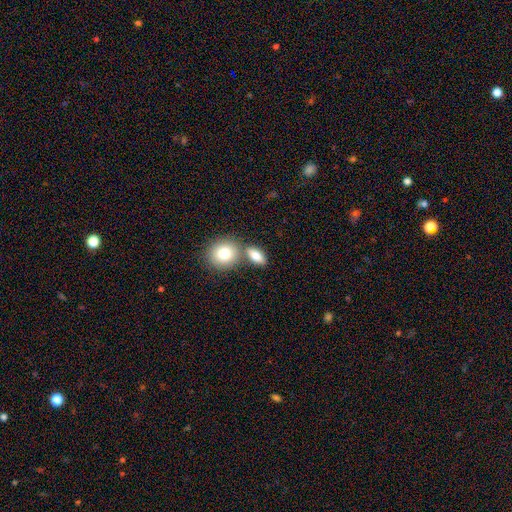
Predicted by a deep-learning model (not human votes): The model was most divided on "merging": none: 58%, merger: 28%, minor disturbance: 10%, major disturbance: 4%. More confident: smooth or featured — smooth (82%); how rounded — in between (77%).